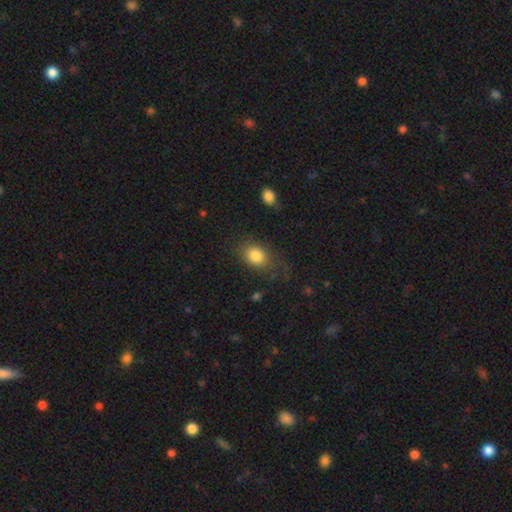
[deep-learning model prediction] This appears to be a smooth galaxy with no disk features (83%) that is in between round and cigar-shaped (65%). Merging: none (68%).